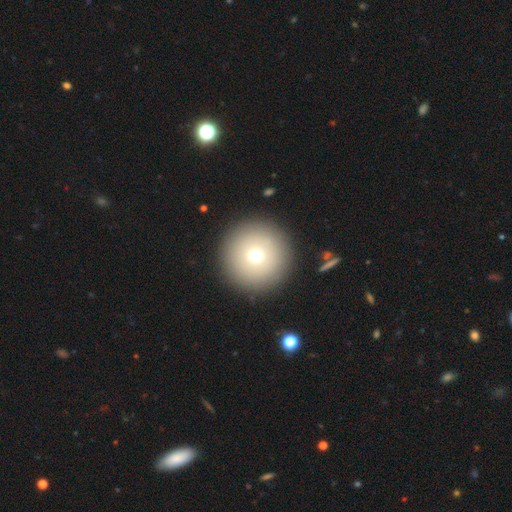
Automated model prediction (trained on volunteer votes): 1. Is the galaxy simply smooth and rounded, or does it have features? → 71% smooth, 15% featured or disk, 14% star or artifact.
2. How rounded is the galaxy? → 97% round, 2% in between, 1% cigar-shaped.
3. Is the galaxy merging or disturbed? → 91% none, 5% minor disturbance, 3% major disturbance, 2% merger.